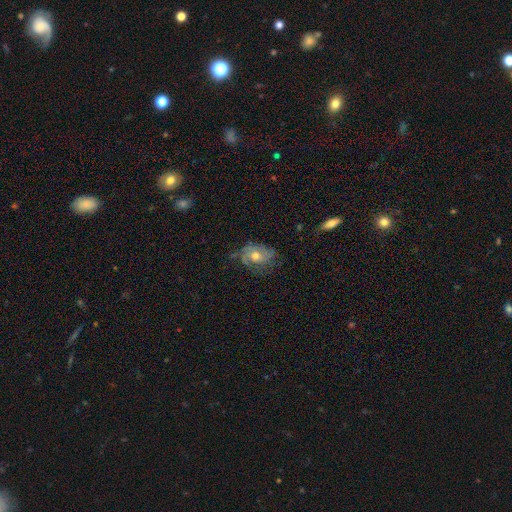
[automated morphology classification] Smooth or featured? featured or disk (71%)
Edge-on disk? no (96%)
Bar? no (77%)
Spiral arms? yes (87%)
Spiral winding? tight (45%)
Spiral arm count? can't tell (32%)
Bulge size? moderate (73%)
Merging? none (62%)